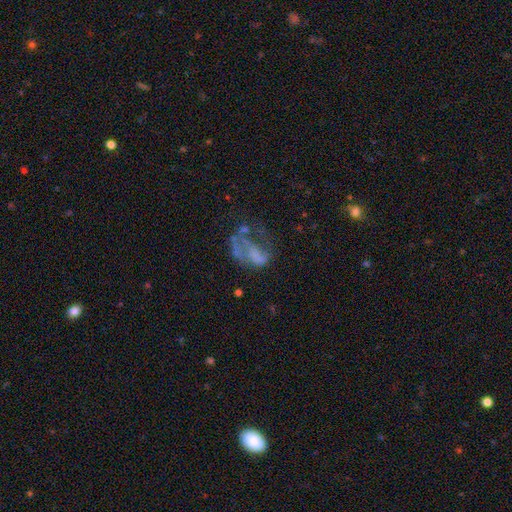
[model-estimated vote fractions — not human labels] The model was most divided on "merging": major disturbance: 47%, none: 24%, minor disturbance: 16%, merger: 13%. More confident: edge-on disk — no (97%); bar — no (82%); spiral arms — no (80%); bulge size — none (72%); smooth or featured — featured or disk (54%).